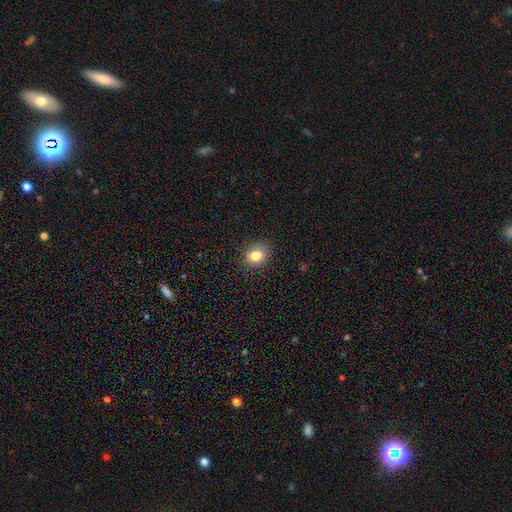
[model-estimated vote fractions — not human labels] Smooth or featured? Predicted: smooth (p=0.82). How rounded? Predicted: round (p=0.65). Merging? Predicted: none (p=0.88).